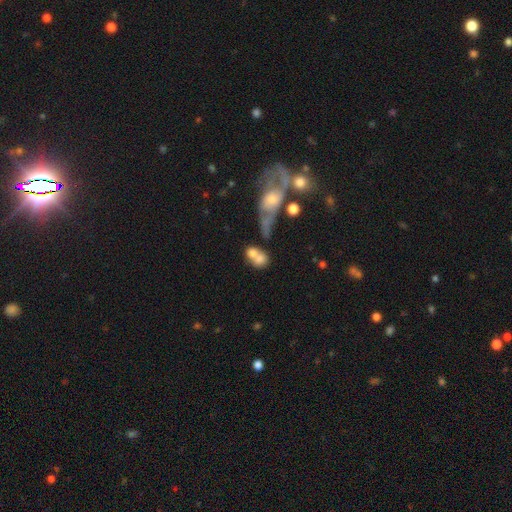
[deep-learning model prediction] Smooth or featured? Predicted: smooth (p=0.67). How rounded? Predicted: in between (p=0.53). Merging? Predicted: merger (p=0.64).